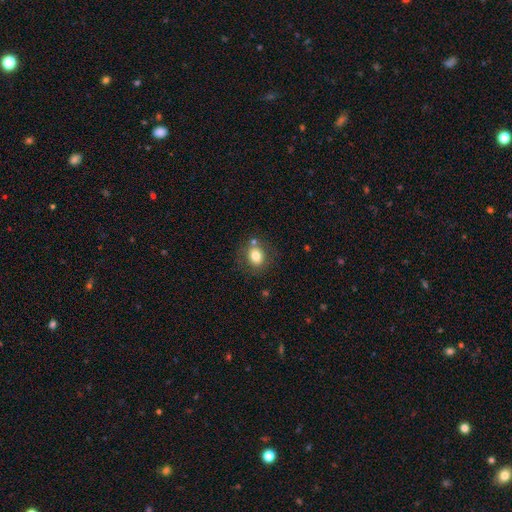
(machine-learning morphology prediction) smooth_or_featured: smooth (p=0.77) [alt: featured or disk p=0.13]
how_rounded: round (p=0.59) [alt: in between p=0.40]
merging: none (p=0.73) [alt: minor disturbance p=0.13]